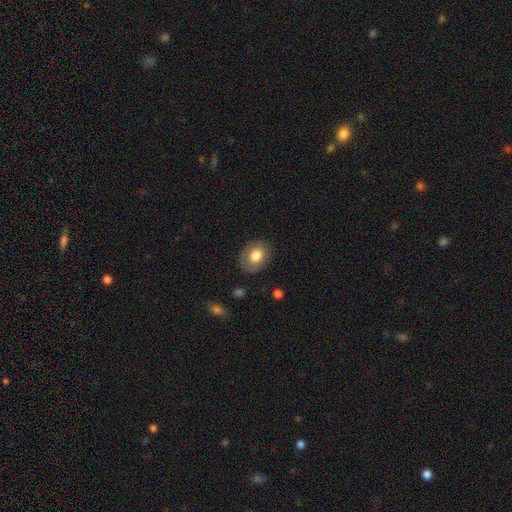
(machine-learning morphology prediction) A smooth galaxy with no disk features (73%) that is in between round and cigar-shaped (58%).

Vote fractions:
- Smooth or featured? smooth: 73% / featured or disk: 20% / star or artifact: 7%
- How rounded? in between: 58% / round: 41% / cigar-shaped: 1%
- Merging? none: 82% / minor disturbance: 13% / major disturbance: 4% / merger: 1%